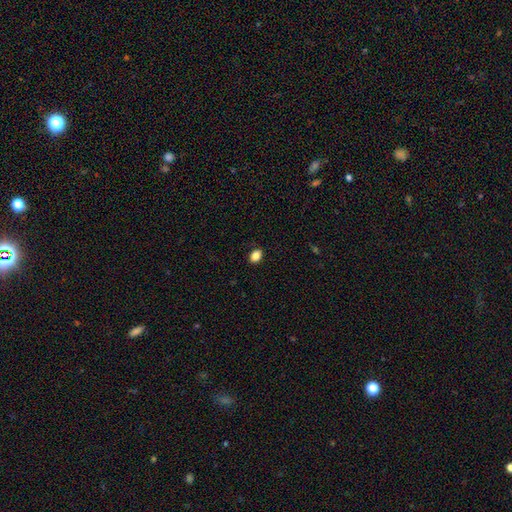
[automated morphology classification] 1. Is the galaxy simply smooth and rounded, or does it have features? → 85% smooth, 10% star or artifact, 5% featured or disk.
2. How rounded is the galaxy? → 70% in between, 29% round, 1% cigar-shaped.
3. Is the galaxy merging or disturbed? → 88% none, 9% minor disturbance, 2% major disturbance, 1% merger.